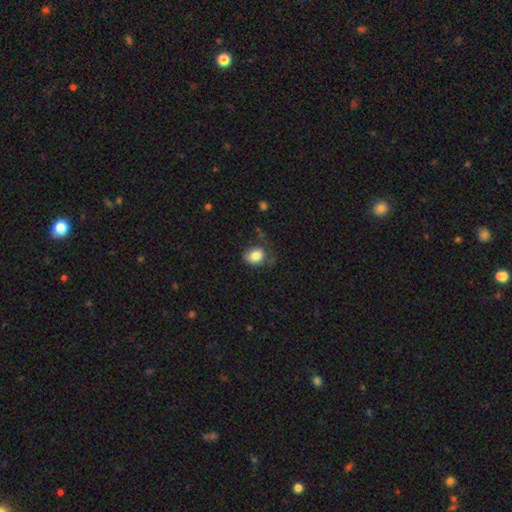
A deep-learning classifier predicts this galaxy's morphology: Q: Smooth or featured?
A: smooth (82%); runner-up: featured or disk (9%)
Q: How rounded?
A: in between (60%); runner-up: round (39%)
Q: Merging?
A: none (46%); runner-up: minor disturbance (32%)